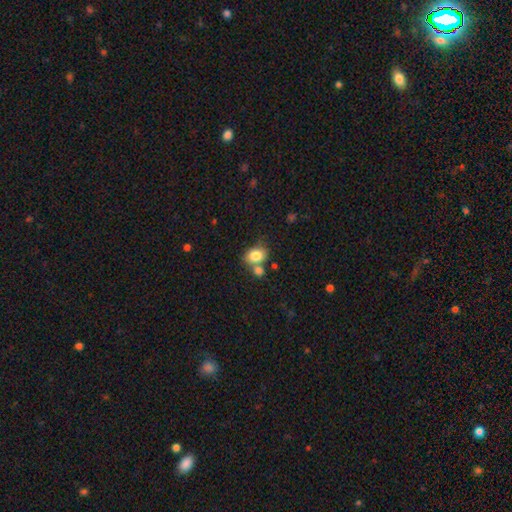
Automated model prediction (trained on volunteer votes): This is clearly a smooth galaxy (82%). How rounded: likely in between (64%). Merging: possibly none (49%).